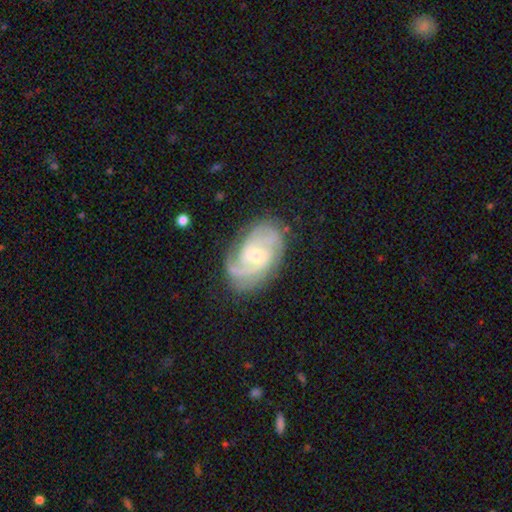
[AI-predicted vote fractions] A featured or disk galaxy (87%) with a weak bar (46%), 2 (43%) tight (46%) spiral arms (97%) and a moderate central bulge (50%). Merging: none (75%).